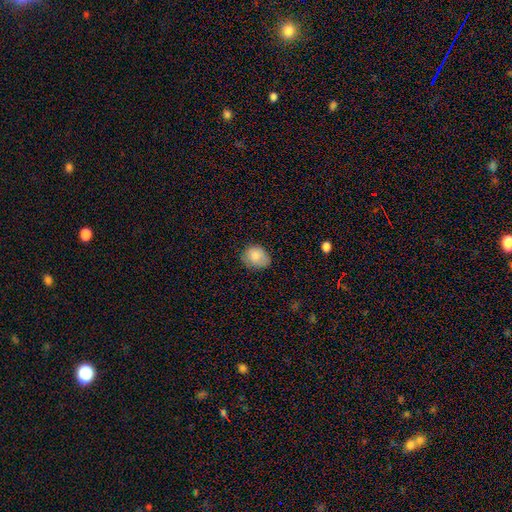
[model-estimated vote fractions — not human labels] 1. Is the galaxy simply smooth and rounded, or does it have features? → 85% smooth, 8% star or artifact, 7% featured or disk.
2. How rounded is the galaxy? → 53% round, 46% in between, 1% cigar-shaped.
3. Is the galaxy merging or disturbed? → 65% none, 28% minor disturbance, 6% major disturbance, 1% merger.